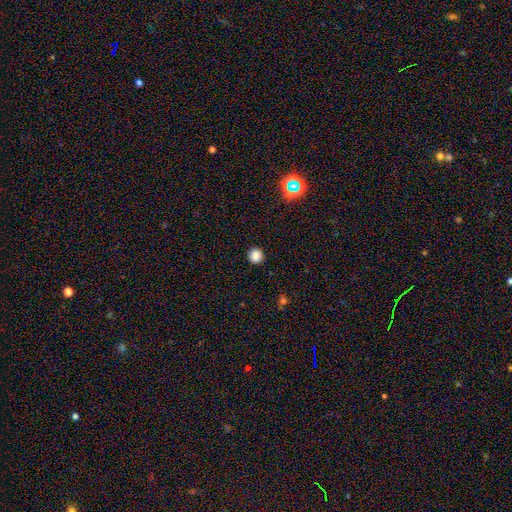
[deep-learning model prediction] A smooth galaxy with no disk features (85%) that is round (94%).

Vote fractions:
- Smooth or featured? smooth: 85% / star or artifact: 12% / featured or disk: 3%
- How rounded? round: 94% / in between: 5% / cigar-shaped: 1%
- Merging? none: 92% / minor disturbance: 5% / major disturbance: 2% / merger: 1%